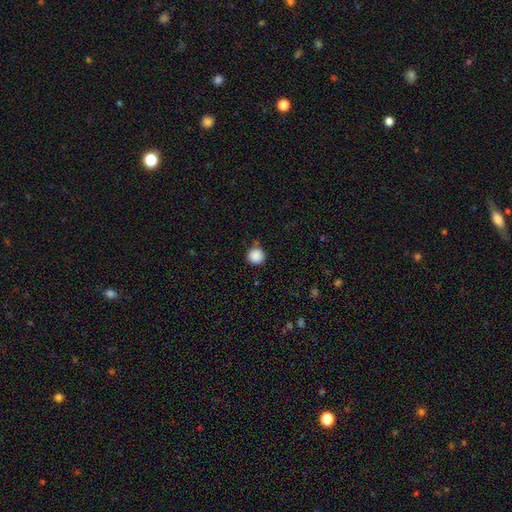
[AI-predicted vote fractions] Smooth or featured?
  - smooth: 88% *
  - star or artifact: 9%
  - featured or disk: 3%
How rounded?
  - round: 95% *
  - in between: 4%
  - cigar-shaped: 1%
Merging?
  - none: 84% *
  - minor disturbance: 10%
  - merger: 3%
  - major disturbance: 3%